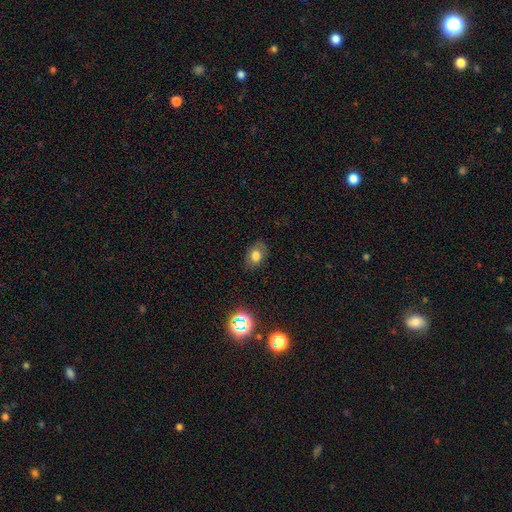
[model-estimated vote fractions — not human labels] smooth-or-featured: smooth: 75% | star or artifact: 14% | featured or disk: 11%
  how-rounded: in between: 73% | round: 26% | cigar-shaped: 1%
  merging: none: 81% | minor disturbance: 14% | major disturbance: 4% | merger: 1%